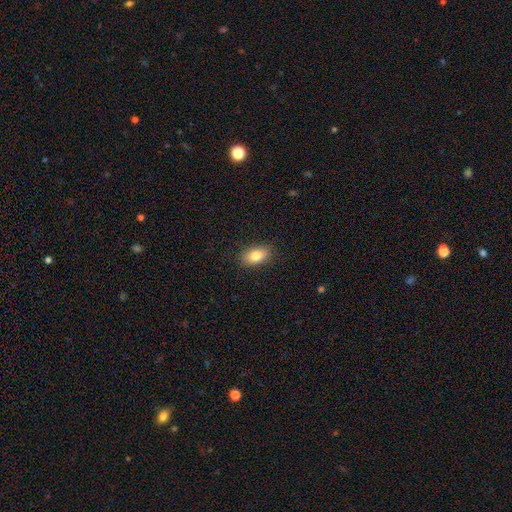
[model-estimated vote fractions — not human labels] Smooth or featured: smooth — 81% (featured or disk — 11%)
How rounded: in between — 89% (round — 8%)
Merging: none — 87% (minor disturbance — 10%)